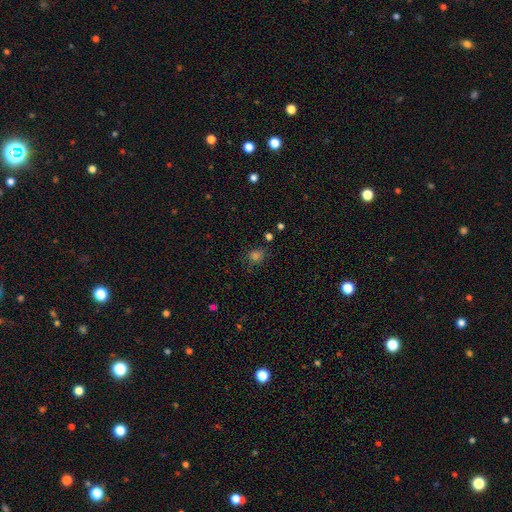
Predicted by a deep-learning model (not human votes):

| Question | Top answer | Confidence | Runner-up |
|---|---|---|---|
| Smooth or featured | smooth | 68% | star or artifact (25%) |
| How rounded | round | 77% | in between (22%) |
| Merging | none | 78% | minor disturbance (14%) |